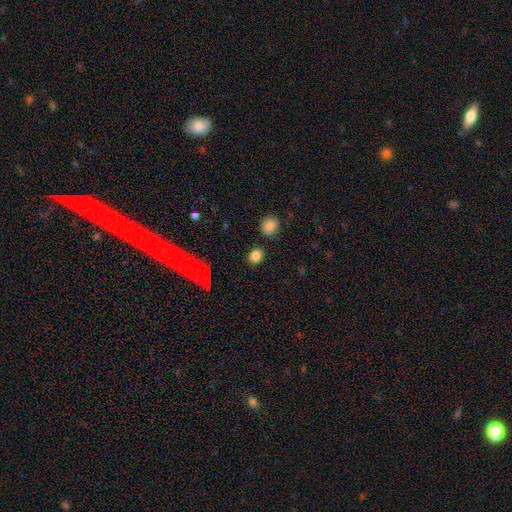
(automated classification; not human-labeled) A smooth galaxy with no disk features (85%) that is round (72%).

Vote fractions:
- Smooth or featured? smooth: 85% / star or artifact: 10% / featured or disk: 6%
- How rounded? round: 72% / in between: 26% / cigar-shaped: 1%
- Merging? none: 84% / minor disturbance: 8% / merger: 5% / major disturbance: 3%